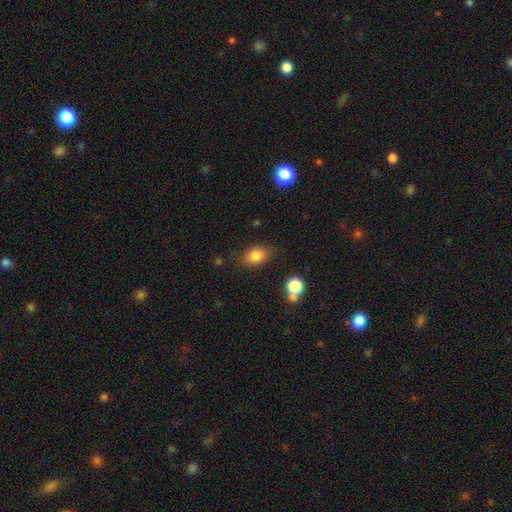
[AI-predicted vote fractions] Smooth or featured?
  - smooth: 82% *
  - star or artifact: 10%
  - featured or disk: 7%
How rounded?
  - in between: 77% *
  - round: 22%
  - cigar-shaped: 2%
Merging?
  - none: 77% *
  - minor disturbance: 15%
  - major disturbance: 4%
  - merger: 3%